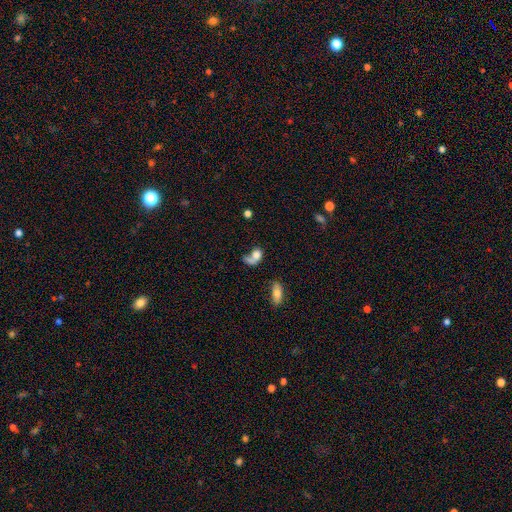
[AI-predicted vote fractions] This is likely a smooth galaxy (66%). How rounded: possibly in between (60%). Merging: marginally merger (33%).